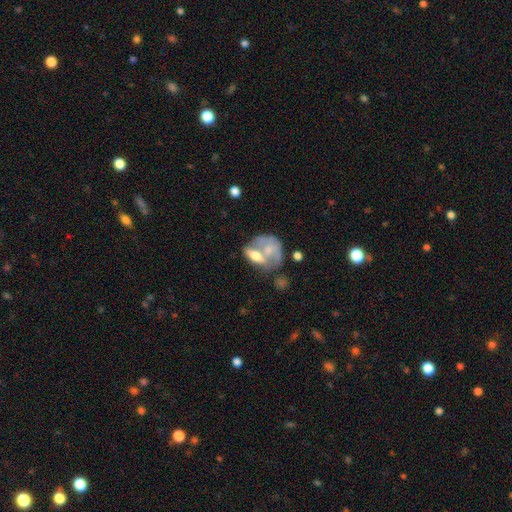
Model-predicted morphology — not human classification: A smooth galaxy with no disk features (49%).

Vote fractions:
- Smooth or featured? smooth: 49% / featured or disk: 43% / star or artifact: 8%
- Merging? merger: 57% / none: 18% / major disturbance: 14% / minor disturbance: 11%